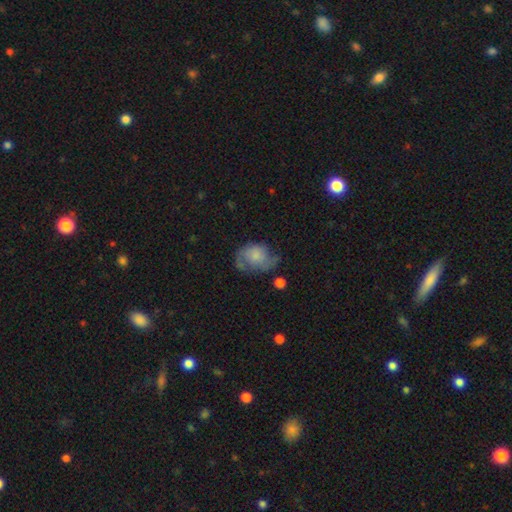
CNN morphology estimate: Smooth or featured: featured or disk — 48% (smooth — 44%)
Merging: none — 45% (minor disturbance — 31%)